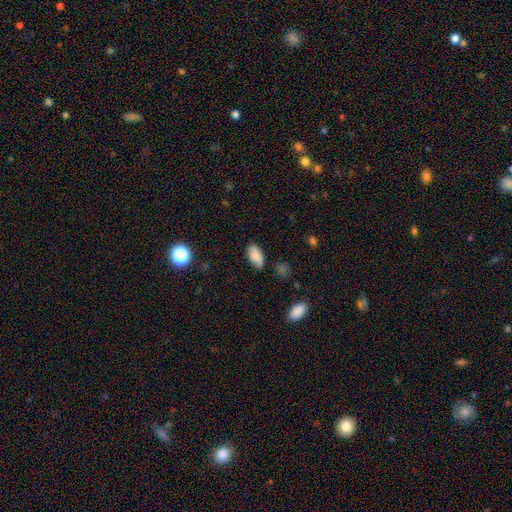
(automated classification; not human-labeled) Q: Smooth or featured?
A: smooth (83%); runner-up: featured or disk (9%)
Q: How rounded?
A: in between (93%); runner-up: cigar-shaped (4%)
Q: Merging?
A: none (72%); runner-up: minor disturbance (22%)